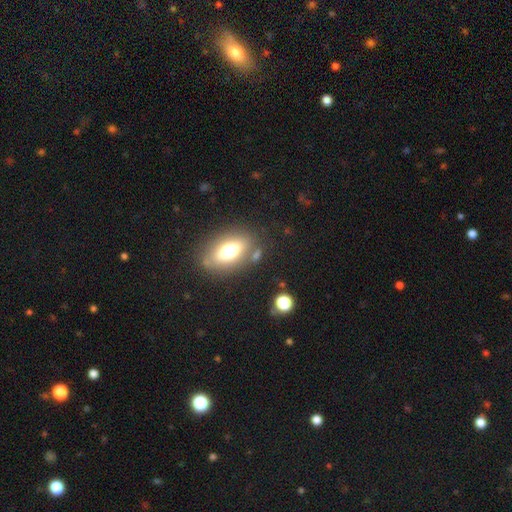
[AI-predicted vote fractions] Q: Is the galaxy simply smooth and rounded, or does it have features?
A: smooth — 61%.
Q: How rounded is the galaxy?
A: in between — 80%.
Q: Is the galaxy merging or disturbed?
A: none — 77%.